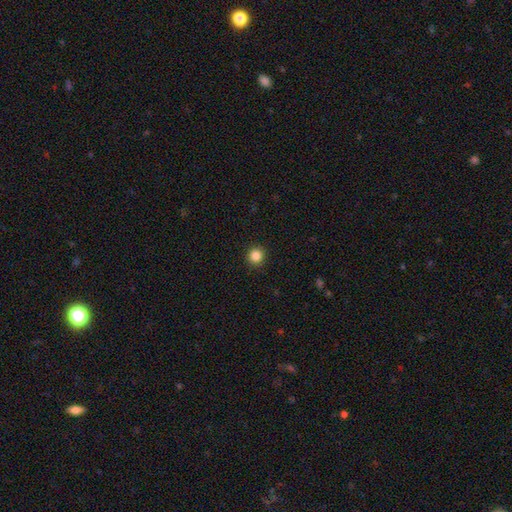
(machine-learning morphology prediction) Q: Smooth or featured?
A: smooth (86%); runner-up: star or artifact (11%)
Q: How rounded?
A: round (95%); runner-up: in between (4%)
Q: Merging?
A: none (93%); runner-up: minor disturbance (5%)